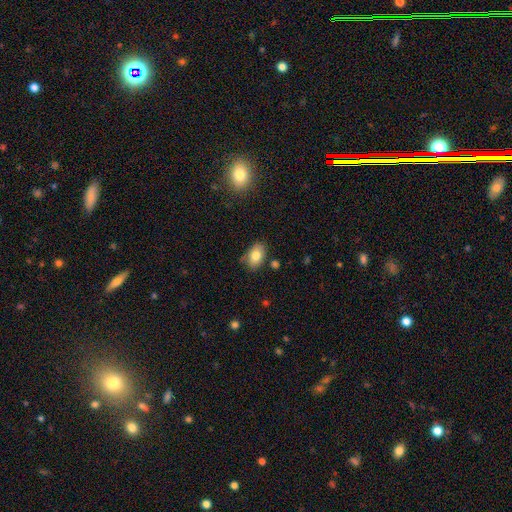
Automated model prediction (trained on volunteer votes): A smooth galaxy with no disk features (79%) that is in between round and cigar-shaped (88%).

Vote fractions:
- Smooth or featured? smooth: 79% / featured or disk: 12% / star or artifact: 8%
- How rounded? in between: 88% / round: 11% / cigar-shaped: 1%
- Merging? none: 75% / minor disturbance: 18% / merger: 4% / major disturbance: 3%